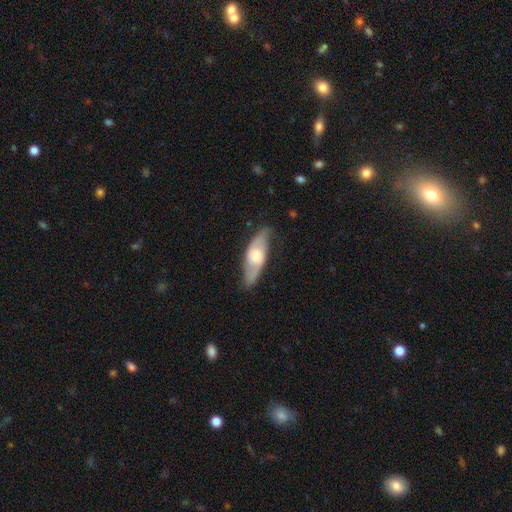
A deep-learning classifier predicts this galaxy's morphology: Smooth or featured: featured or disk — 58% (smooth — 36%)
Edge-on disk: no — 68% (yes — 32%)
Merging: none — 76% (minor disturbance — 18%)